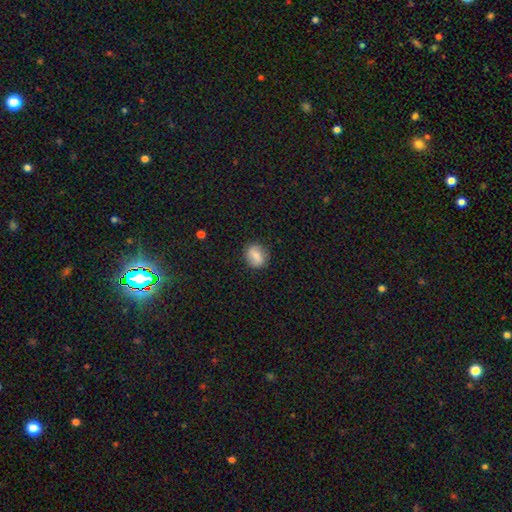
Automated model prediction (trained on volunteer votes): The model was most divided on "how rounded": round: 57%, in between: 42%, cigar-shaped: 2%. More confident: merging — none (84%); smooth or featured — smooth (79%).